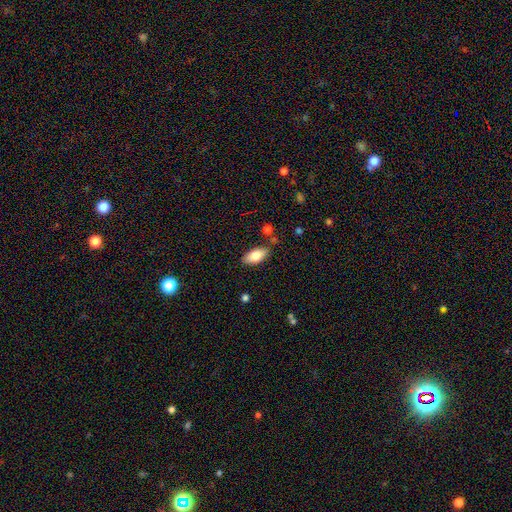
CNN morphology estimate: This appears to be a smooth galaxy with no disk features (81%) that is in between round and cigar-shaped (91%). Merging: none (82%).